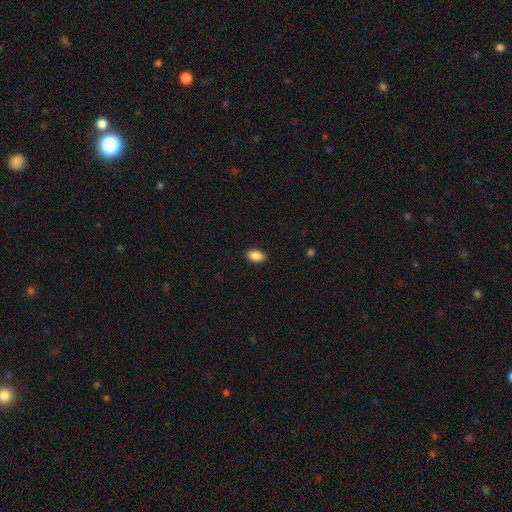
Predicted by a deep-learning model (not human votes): Overall: smooth (88%). How rounded: in between (92%). Merging: none (90%).